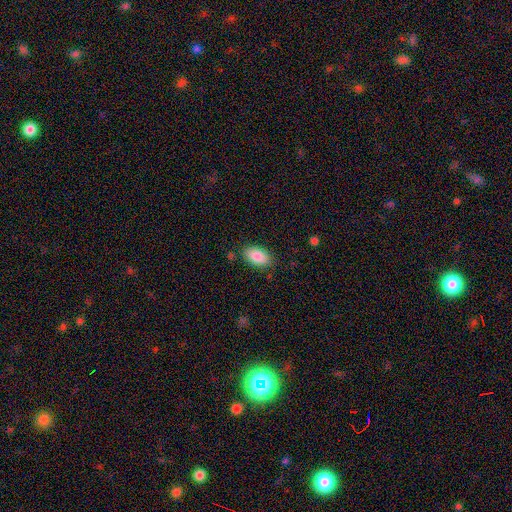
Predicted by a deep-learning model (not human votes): Smooth or featured?
  - smooth: 85% *
  - featured or disk: 8%
  - star or artifact: 7%
How rounded?
  - in between: 94% *
  - round: 4%
  - cigar-shaped: 2%
Merging?
  - none: 84% *
  - minor disturbance: 12%
  - major disturbance: 3%
  - merger: 2%